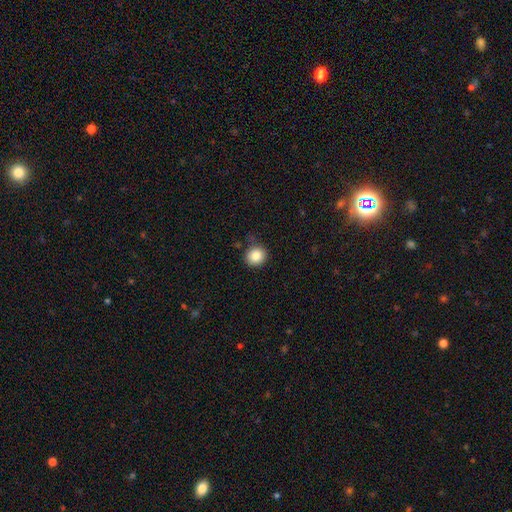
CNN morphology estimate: This appears to be a smooth galaxy with no disk features (86%) that is round (88%). Merging: none (82%).